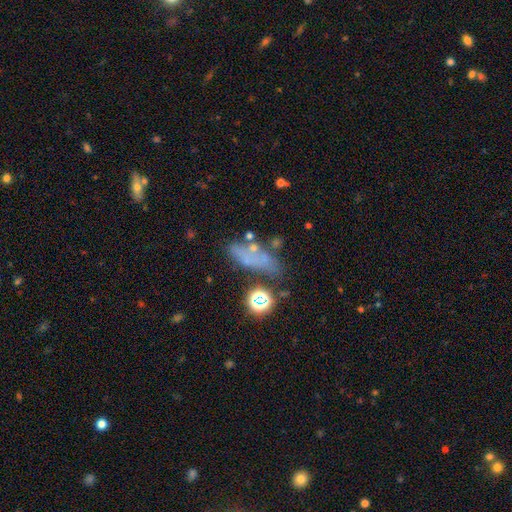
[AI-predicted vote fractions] Smooth or featured? smooth (48%)
Merging? none (55%)